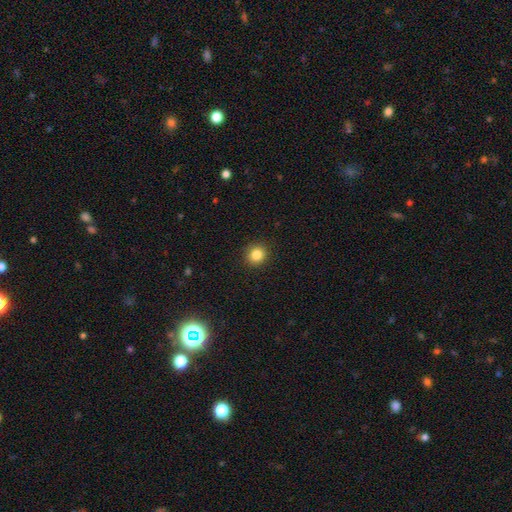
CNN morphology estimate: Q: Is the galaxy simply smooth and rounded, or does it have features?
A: smooth — 84%.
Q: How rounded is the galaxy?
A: round — 87%.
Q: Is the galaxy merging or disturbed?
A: none — 92%.